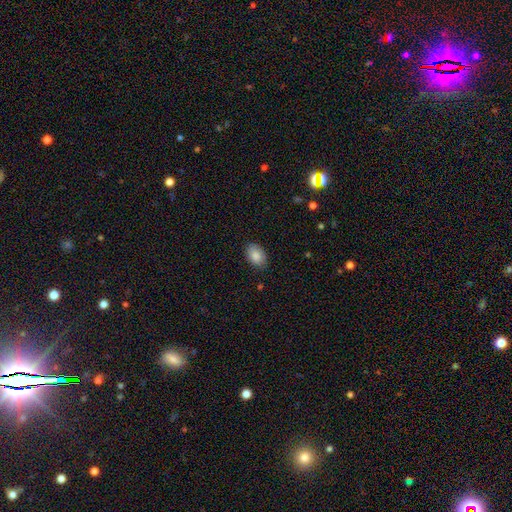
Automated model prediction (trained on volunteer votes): Smooth or featured? Predicted: smooth (p=0.86). How rounded? Predicted: in between (p=0.84). Merging? Predicted: none (p=0.85).